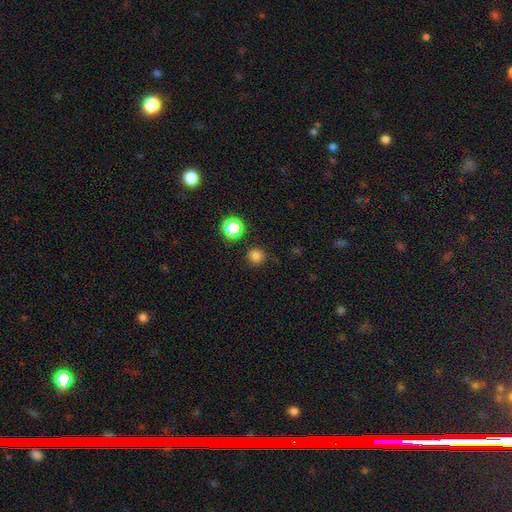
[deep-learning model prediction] The model was most divided on "smooth or featured": smooth: 80%, star or artifact: 16%, featured or disk: 4%. More confident: how rounded — round (94%); merging — none (88%).